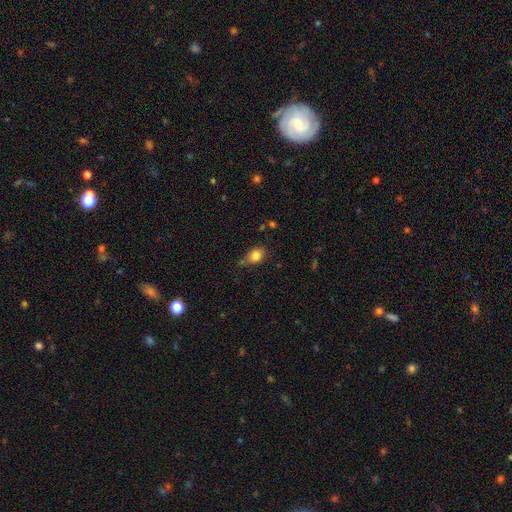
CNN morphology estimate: smooth 82%, star or artifact 10%, featured or disk 8%. Down the decision tree: how rounded — in between (54%); merging — none (56%).